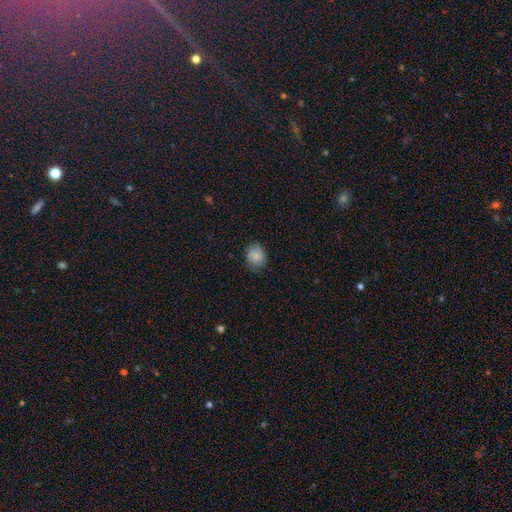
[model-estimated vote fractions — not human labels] Smooth or featured? smooth (83%)
How rounded? round (66%)
Merging? none (77%)